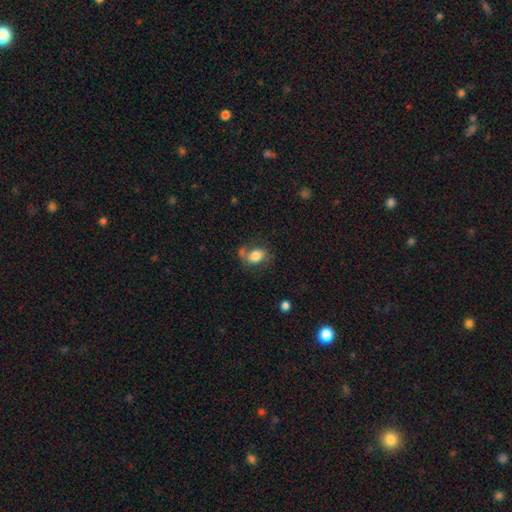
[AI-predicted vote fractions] Q: Smooth or featured?
A: smooth (77%); runner-up: featured or disk (15%)
Q: How rounded?
A: in between (72%); runner-up: round (26%)
Q: Merging?
A: none (52%); runner-up: minor disturbance (21%)